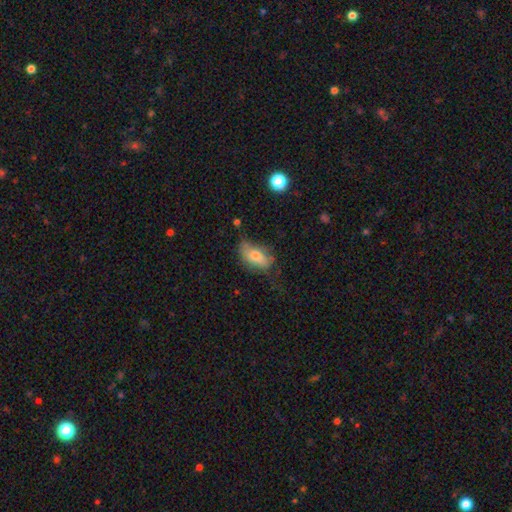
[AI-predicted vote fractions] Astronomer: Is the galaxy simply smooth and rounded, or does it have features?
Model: smooth — 69%.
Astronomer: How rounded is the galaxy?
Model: in between — 90%.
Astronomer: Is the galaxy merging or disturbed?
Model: none — 44% (runner-up: minor disturbance, 35%).